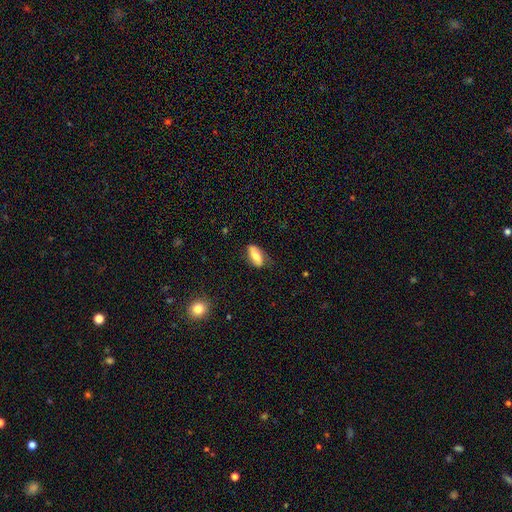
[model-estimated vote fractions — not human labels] Overall: smooth (65%; featured or disk 28%). How rounded: in between (83%). Merging: none (67%).